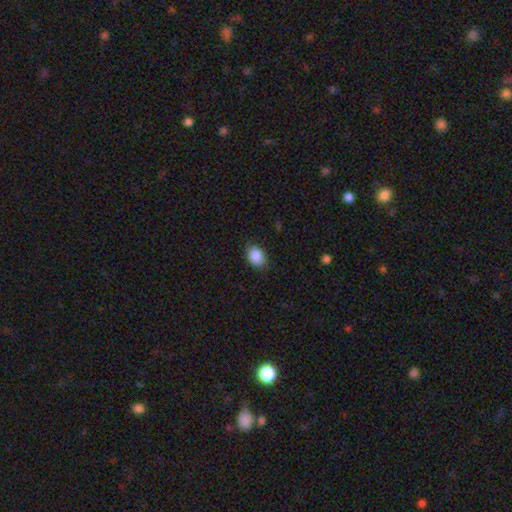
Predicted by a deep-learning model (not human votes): smooth-or-featured: smooth: 89% | star or artifact: 8% | featured or disk: 4%
  how-rounded: in between: 71% | round: 28% | cigar-shaped: 1%
  merging: none: 81% | minor disturbance: 15% | major disturbance: 3% | merger: 1%